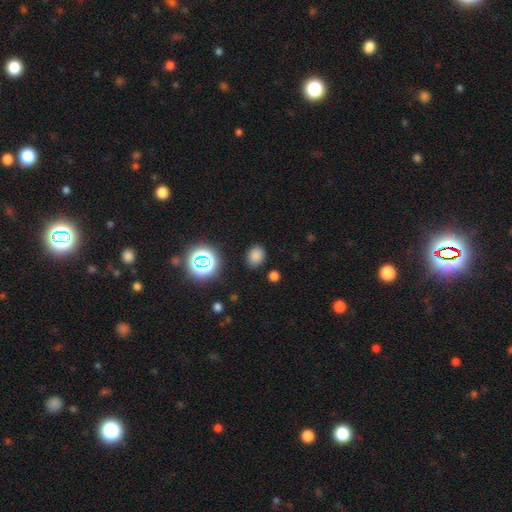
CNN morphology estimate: smooth 76%, star or artifact 18%, featured or disk 5%. Down the decision tree: how rounded — in between (56%); merging — none (83%).